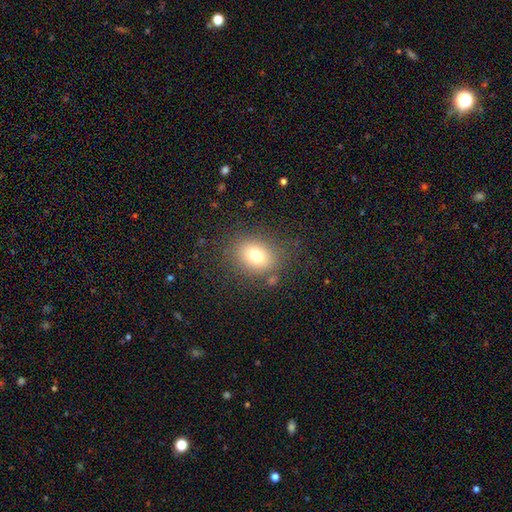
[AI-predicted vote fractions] Overall: smooth (74%). How rounded: round (51%; in between 48%). Merging: none (79%).